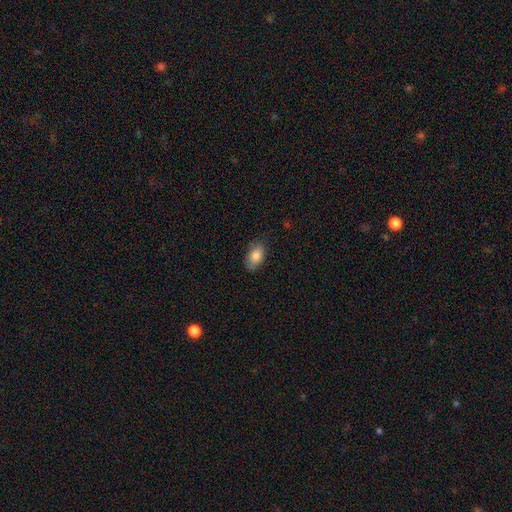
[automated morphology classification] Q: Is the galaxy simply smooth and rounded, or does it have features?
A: smooth — 84%.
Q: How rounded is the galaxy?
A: in between — 92%.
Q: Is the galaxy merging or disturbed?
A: none — 83%.